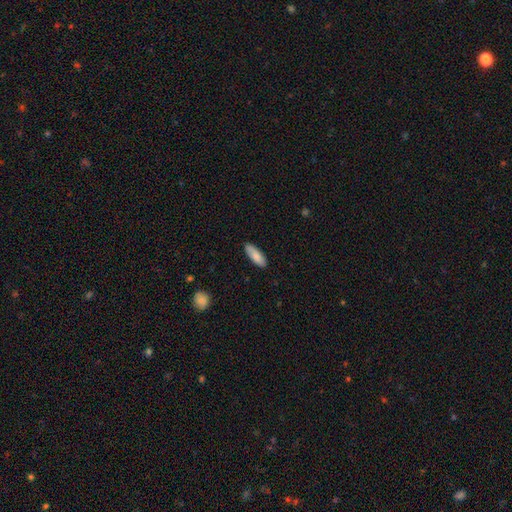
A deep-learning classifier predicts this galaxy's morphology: Smooth or featured? smooth (85%)
How rounded? in between (62%)
Merging? none (85%)